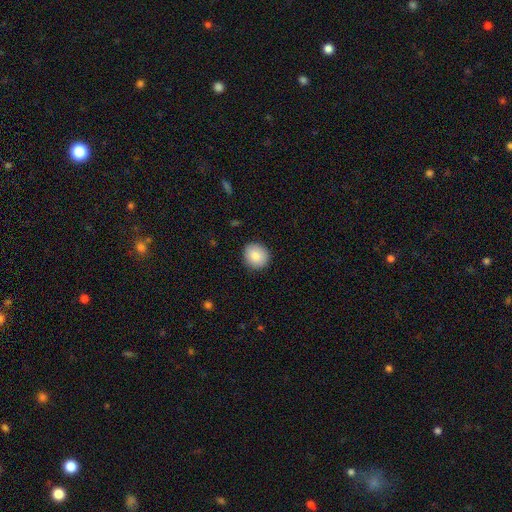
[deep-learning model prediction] Q: Smooth or featured?
A: smooth (84%); runner-up: featured or disk (8%)
Q: How rounded?
A: round (87%); runner-up: in between (12%)
Q: Merging?
A: none (90%); runner-up: minor disturbance (7%)